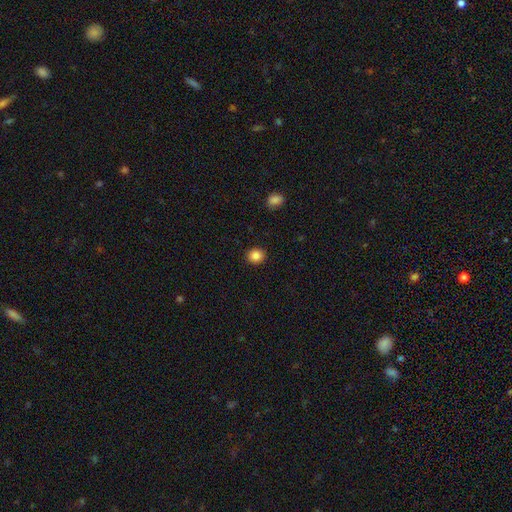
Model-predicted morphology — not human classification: This appears to be a smooth galaxy with no disk features (86%) that is round (81%). Merging: none (91%).